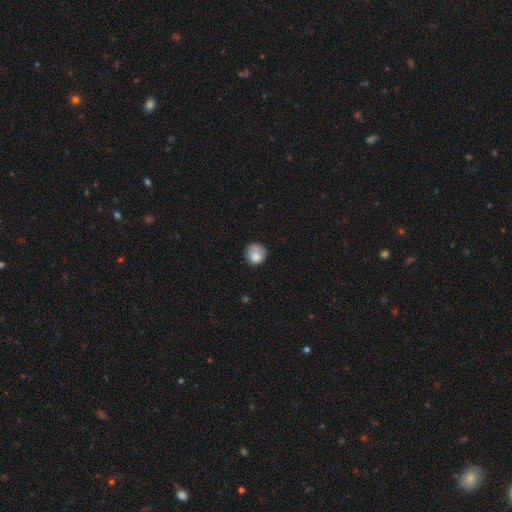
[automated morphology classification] smooth-or-featured: smooth: 80% | featured or disk: 12% | star or artifact: 9%
  how-rounded: round: 85% | in between: 14% | cigar-shaped: 1%
  merging: none: 63% | minor disturbance: 26% | major disturbance: 9% | merger: 2%